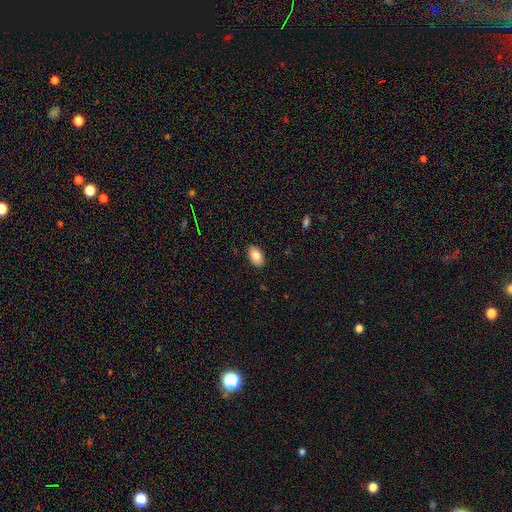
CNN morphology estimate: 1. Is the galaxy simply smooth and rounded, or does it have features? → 83% smooth, 10% featured or disk, 7% star or artifact.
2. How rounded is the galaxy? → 93% in between, 6% round, 1% cigar-shaped.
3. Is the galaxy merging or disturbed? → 89% none, 8% minor disturbance, 2% major disturbance, 1% merger.